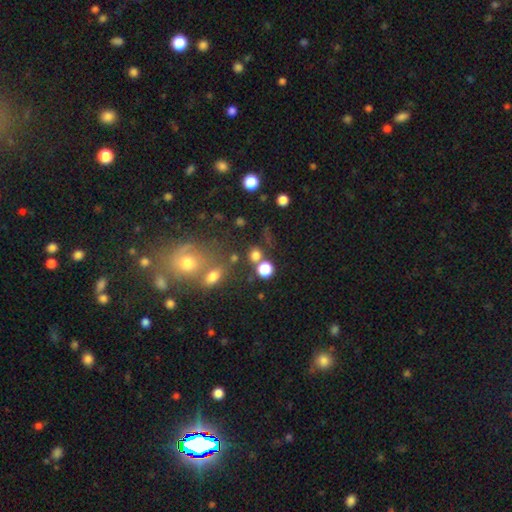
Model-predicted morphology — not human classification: This is likely a smooth galaxy (74%). How rounded: clearly round (86%). Merging: likely none (67%).